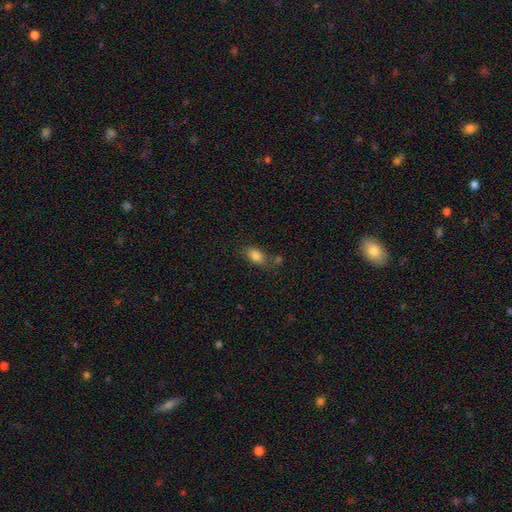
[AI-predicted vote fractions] Smooth or featured? smooth (83%)
How rounded? in between (84%)
Merging? none (63%)